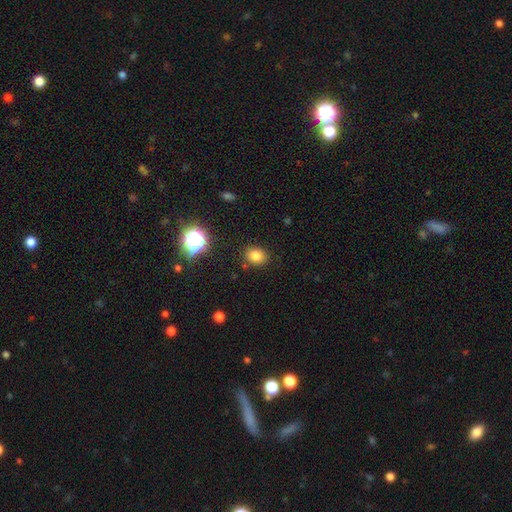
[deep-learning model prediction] Q: Smooth or featured?
A: smooth (80%); runner-up: star or artifact (14%)
Q: How rounded?
A: round (55%); runner-up: in between (44%)
Q: Merging?
A: none (87%); runner-up: minor disturbance (9%)